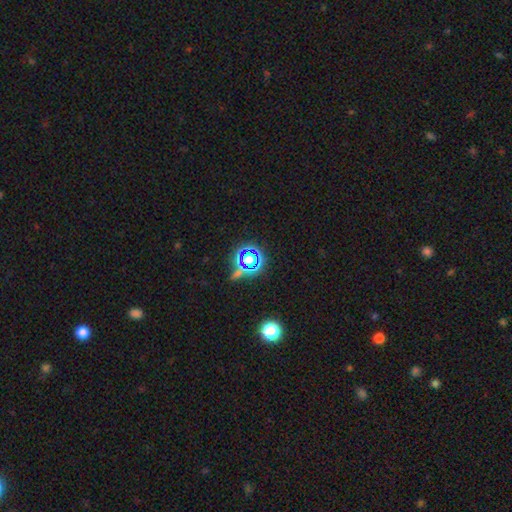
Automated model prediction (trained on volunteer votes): This is likely a star or artifact rather than a galaxy (74%).